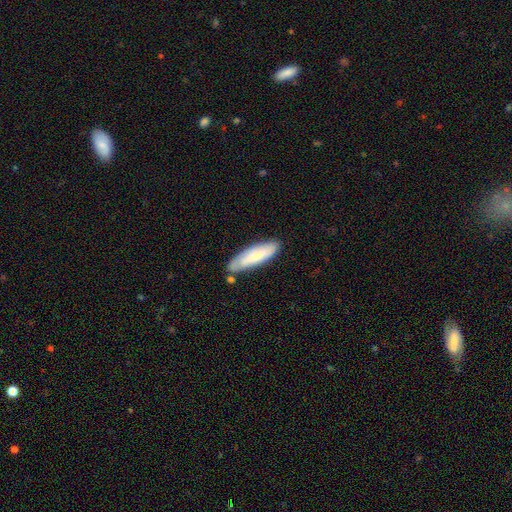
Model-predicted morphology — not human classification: A smooth galaxy with no disk features (70%) that is cigar-shaped (65%).

Vote fractions:
- Smooth or featured? smooth: 70% / featured or disk: 24% / star or artifact: 6%
- How rounded? cigar-shaped: 65% / in between: 34% / round: 1%
- Merging? none: 72% / minor disturbance: 19% / merger: 6% / major disturbance: 4%